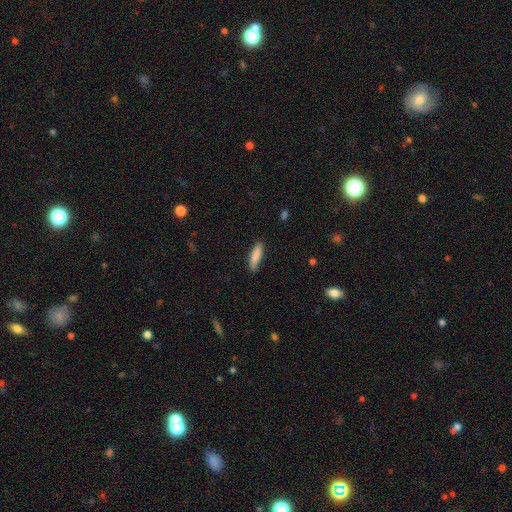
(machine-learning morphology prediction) Overall: smooth (86%). How rounded: cigar-shaped (67%; in between 31%). Merging: none (83%).